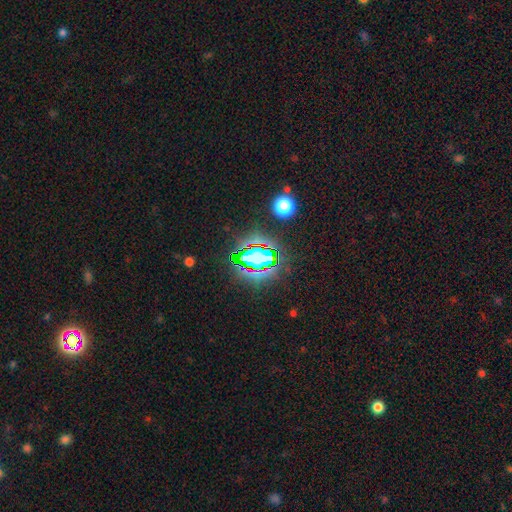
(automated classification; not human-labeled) This appears to be a star or artifact, not a galaxy (70%).